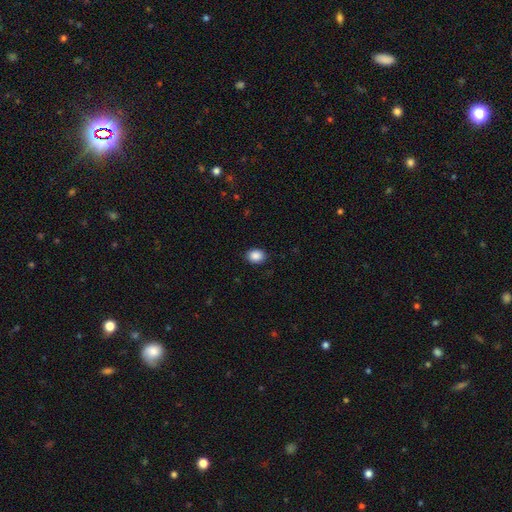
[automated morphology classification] Smooth or featured? smooth (89%)
How rounded? in between (56%)
Merging? none (89%)